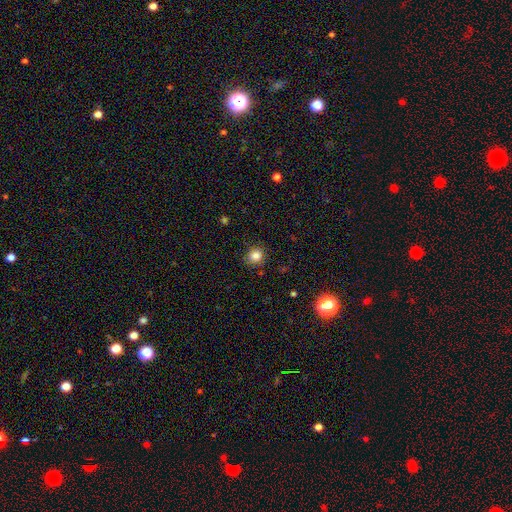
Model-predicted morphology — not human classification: A smooth galaxy with no disk features (84%) that is round (87%).

Vote fractions:
- Smooth or featured? smooth: 84% / star or artifact: 11% / featured or disk: 5%
- How rounded? round: 87% / in between: 12% / cigar-shaped: 1%
- Merging? none: 86% / minor disturbance: 10% / major disturbance: 3% / merger: 1%